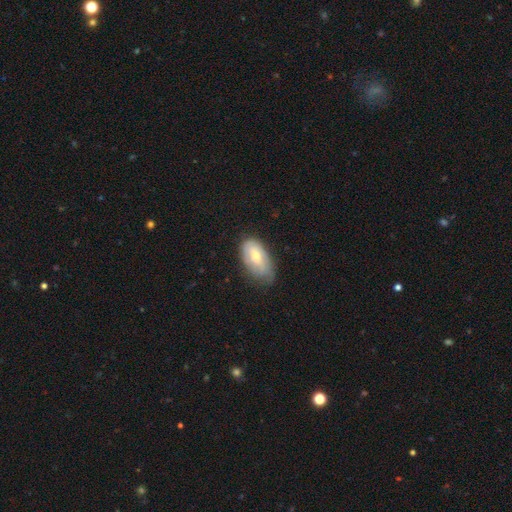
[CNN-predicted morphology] The model was most divided on "smooth or featured": smooth: 55%, featured or disk: 39%, star or artifact: 6%. More confident: how rounded — in between (93%); merging — none (56%).